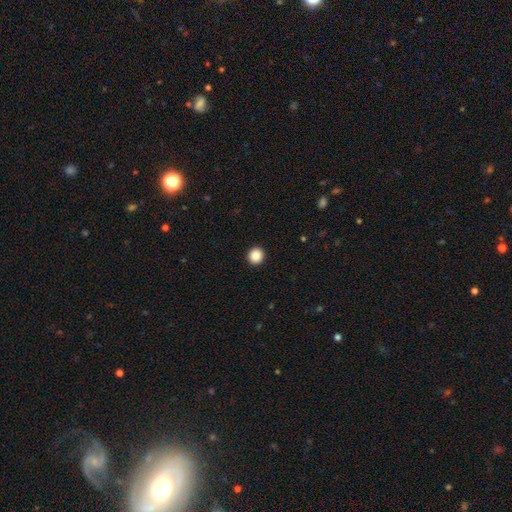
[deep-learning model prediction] Q: Smooth or featured?
A: smooth (87%); runner-up: star or artifact (10%)
Q: How rounded?
A: round (94%); runner-up: in between (5%)
Q: Merging?
A: none (94%); runner-up: minor disturbance (4%)